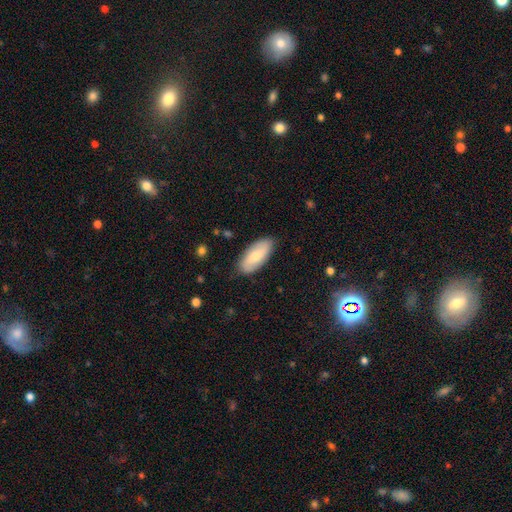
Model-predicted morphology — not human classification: smooth-or-featured: smooth: 63% | featured or disk: 31% | star or artifact: 5%
  how-rounded: in between: 87% | cigar-shaped: 10% | round: 2%
  merging: none: 84% | minor disturbance: 12% | major disturbance: 2% | merger: 1%